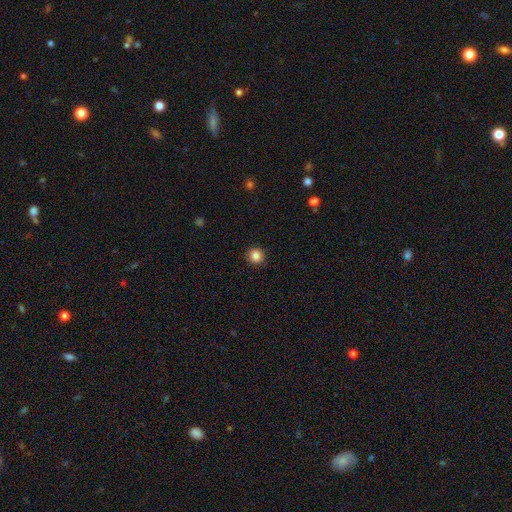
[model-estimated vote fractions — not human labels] Smooth or featured: smooth — 85% (star or artifact — 10%)
How rounded: round — 94% (in between — 5%)
Merging: none — 92% (minor disturbance — 5%)